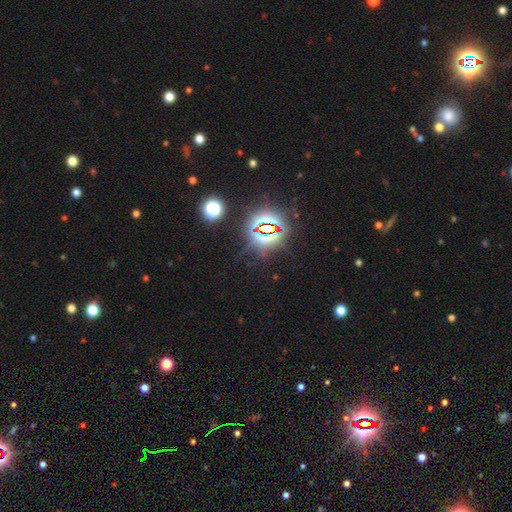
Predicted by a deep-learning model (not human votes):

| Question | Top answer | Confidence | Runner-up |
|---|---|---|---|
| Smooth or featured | star or artifact | 84% | smooth (9%) |